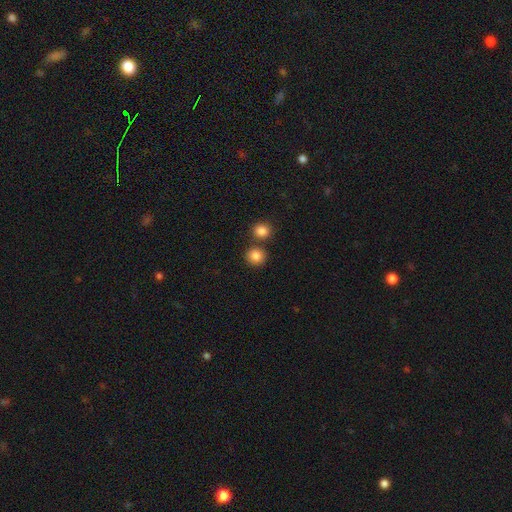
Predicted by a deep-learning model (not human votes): This is clearly a smooth galaxy (84%). How rounded: clearly round (88%). Merging: likely none (73%).